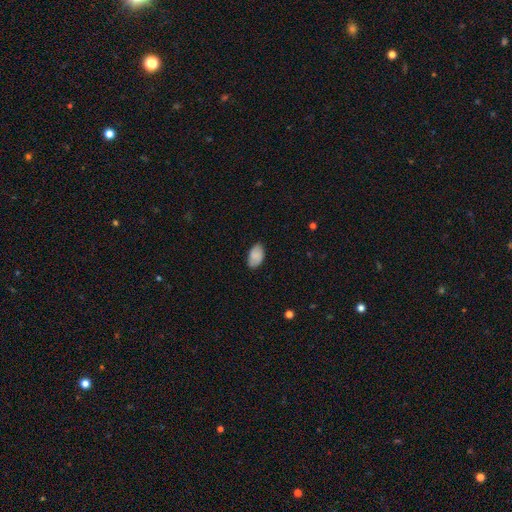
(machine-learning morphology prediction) smooth-or-featured: smooth: 84% | featured or disk: 9% | star or artifact: 7%
  how-rounded: in between: 94% | round: 5% | cigar-shaped: 1%
  merging: none: 79% | minor disturbance: 17% | major disturbance: 3% | merger: 1%